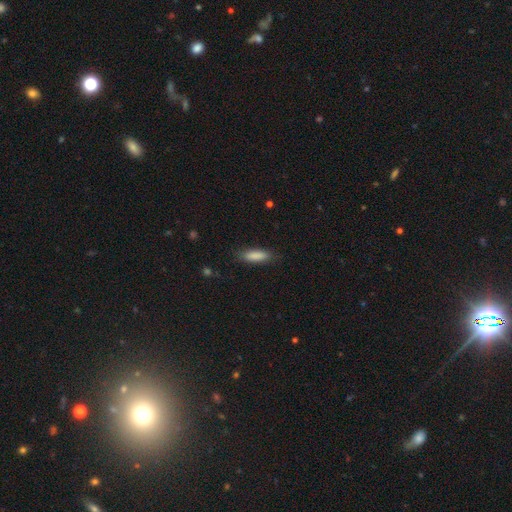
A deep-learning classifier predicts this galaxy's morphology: Smooth or featured: smooth — 87% (featured or disk — 7%)
How rounded: cigar-shaped — 54% (in between — 45%)
Merging: none — 85% (minor disturbance — 12%)